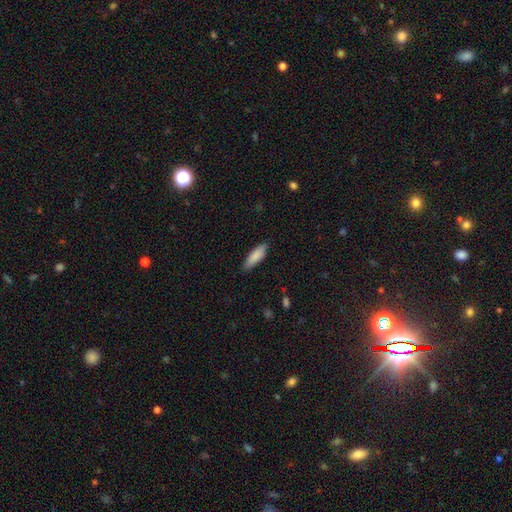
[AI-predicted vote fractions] Q: Smooth or featured?
A: smooth (86%); runner-up: featured or disk (8%)
Q: How rounded?
A: cigar-shaped (50%); runner-up: in between (48%)
Q: Merging?
A: none (84%); runner-up: minor disturbance (12%)